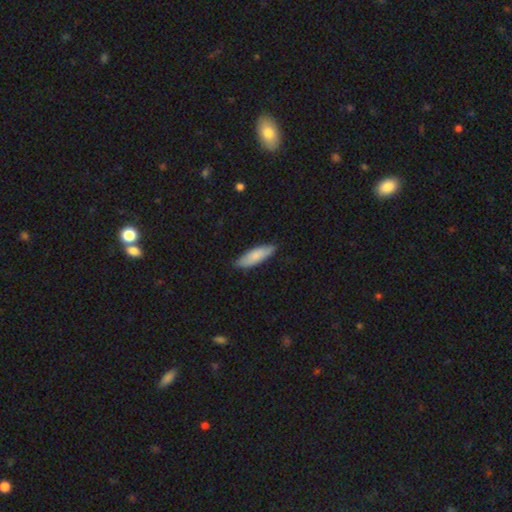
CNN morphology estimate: smooth-or-featured: smooth: 80% | featured or disk: 15% | star or artifact: 5%
  how-rounded: cigar-shaped: 52% | in between: 46% | round: 2%
  merging: none: 83% | minor disturbance: 14% | major disturbance: 2% | merger: 1%